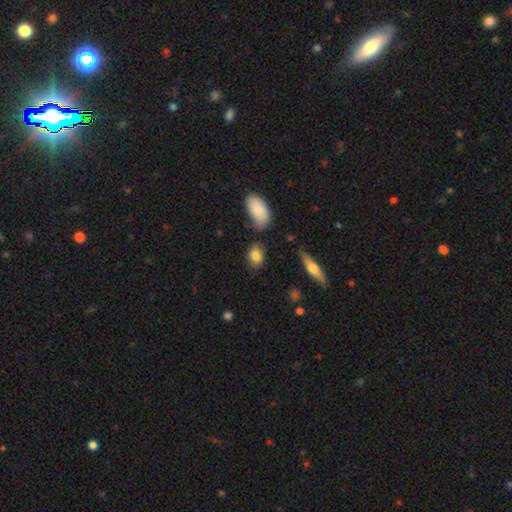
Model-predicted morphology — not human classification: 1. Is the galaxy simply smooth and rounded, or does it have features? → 82% smooth, 9% featured or disk, 8% star or artifact.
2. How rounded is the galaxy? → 78% in between, 19% round, 3% cigar-shaped.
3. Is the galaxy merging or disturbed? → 72% none, 18% minor disturbance, 6% merger, 5% major disturbance.